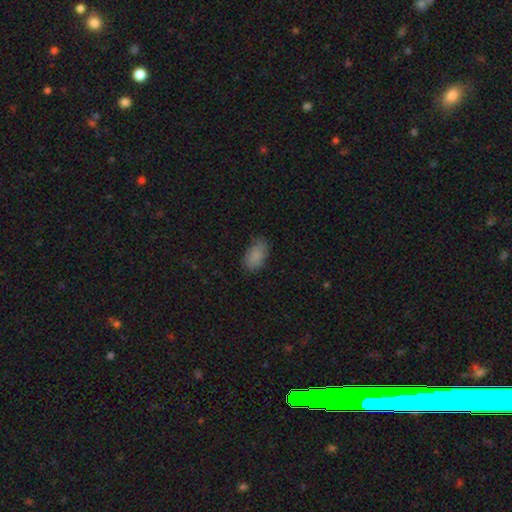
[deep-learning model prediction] smooth-or-featured: smooth: 86% | star or artifact: 8% | featured or disk: 6%
  how-rounded: in between: 93% | round: 4% | cigar-shaped: 3%
  merging: none: 78% | minor disturbance: 17% | major disturbance: 4% | merger: 1%